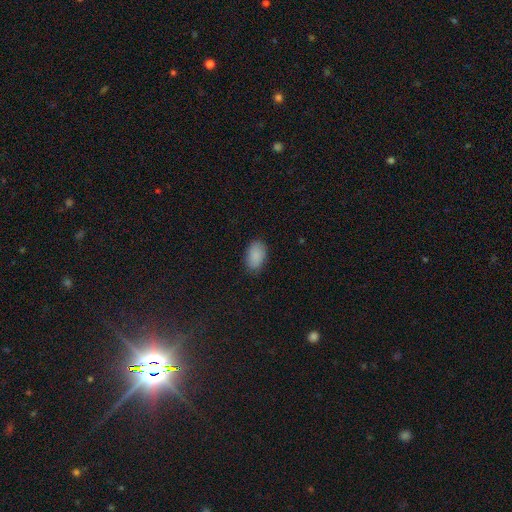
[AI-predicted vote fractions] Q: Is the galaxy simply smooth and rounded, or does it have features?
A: smooth — 88%.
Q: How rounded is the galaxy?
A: in between — 90%.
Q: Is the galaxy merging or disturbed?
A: none — 81%.